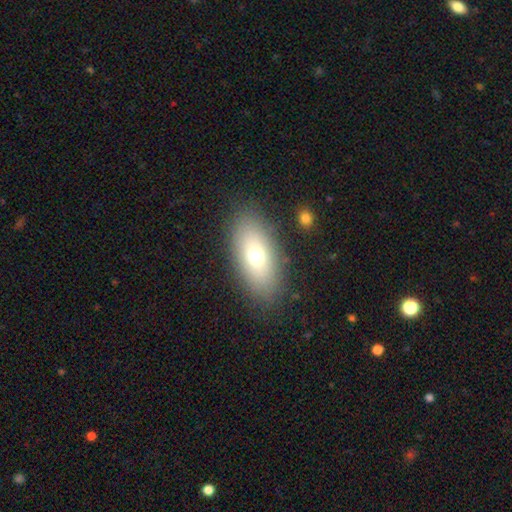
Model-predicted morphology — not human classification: Q: Smooth or featured?
A: smooth (69%); runner-up: featured or disk (20%)
Q: How rounded?
A: in between (87%); runner-up: round (7%)
Q: Merging?
A: none (85%); runner-up: minor disturbance (9%)